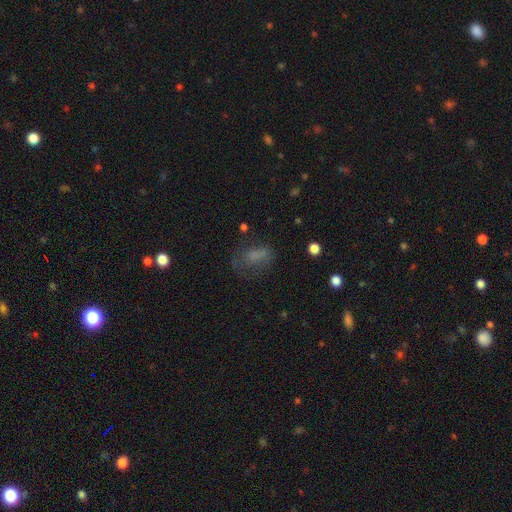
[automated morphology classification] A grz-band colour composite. It shows a smooth galaxy with no disk features (62%) that is in between round and cigar-shaped (77%). Merging: none (44%).